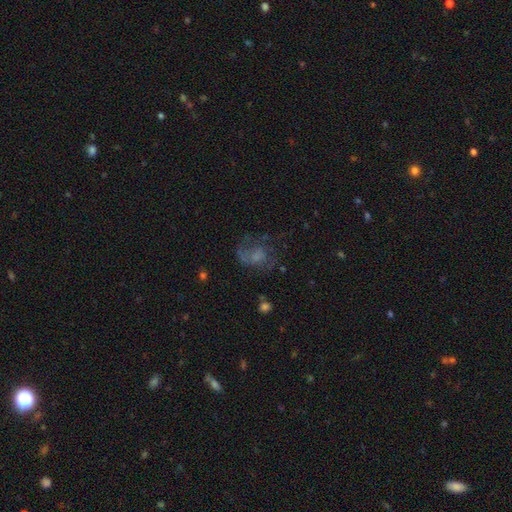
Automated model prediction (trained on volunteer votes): Smooth or featured?
  - featured or disk: 48% *
  - smooth: 35%
  - star or artifact: 17%
Merging?
  - none: 45% *
  - major disturbance: 33%
  - minor disturbance: 20%
  - merger: 3%